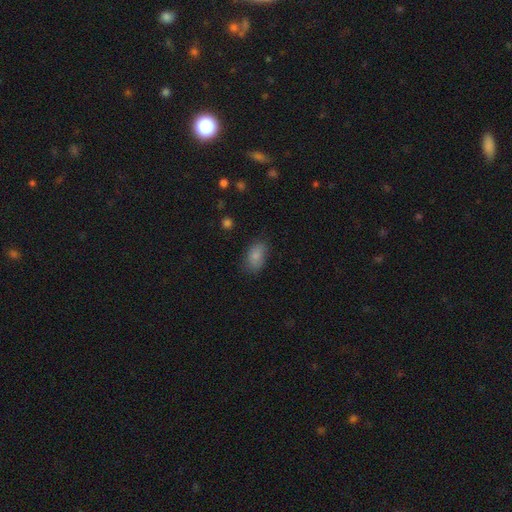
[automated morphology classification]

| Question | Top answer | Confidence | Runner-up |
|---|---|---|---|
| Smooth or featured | smooth | 82% | featured or disk (9%) |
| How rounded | in between | 90% | round (8%) |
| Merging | none | 73% | minor disturbance (20%) |